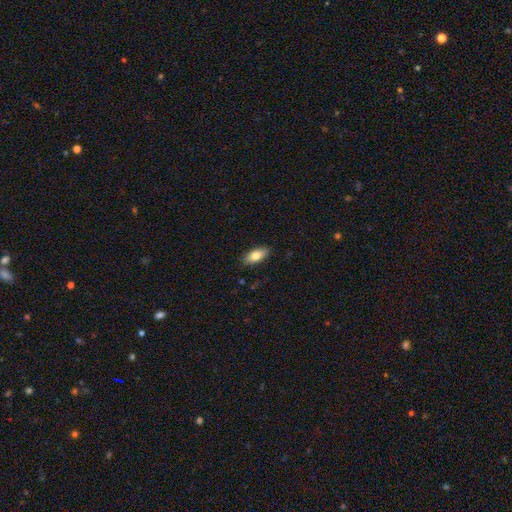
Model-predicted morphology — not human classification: Overall: smooth (78%). How rounded: in between (86%). Merging: none (87%).